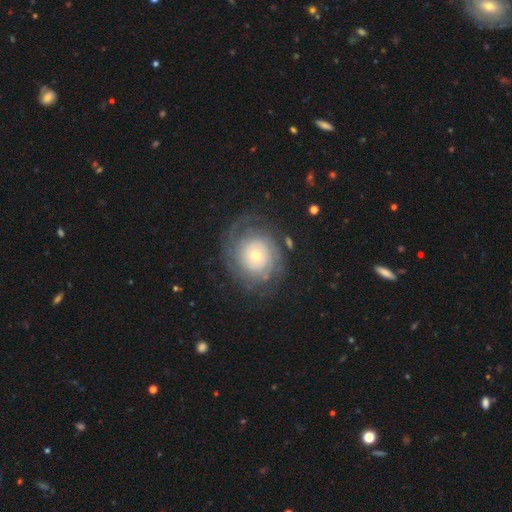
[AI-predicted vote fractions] Q: Smooth or featured?
A: featured or disk (72%); runner-up: smooth (20%)
Q: Edge-on disk?
A: no (97%); runner-up: yes (3%)
Q: Bar?
A: no (83%); runner-up: weak (13%)
Q: Spiral arms?
A: yes (86%); runner-up: no (14%)
Q: Spiral winding?
A: tight (74%); runner-up: medium (18%)
Q: Spiral arm count?
A: can't tell (47%); runner-up: 2 (20%)
Q: Bulge size?
A: small (49%); runner-up: moderate (42%)
Q: Merging?
A: none (73%); runner-up: minor disturbance (15%)